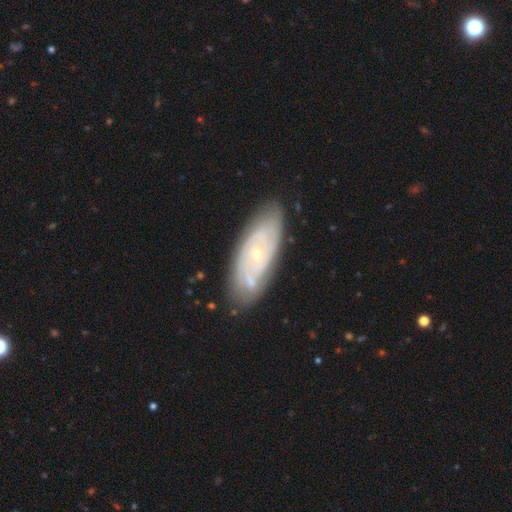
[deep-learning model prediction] Morphology: type=featured or disk (75%); edge-on=no (88%); bar=no (77%); spiral arms=yes (80%); winding=tight (71%); arm count=can't tell (52%); bulge=small (72%); merging=none (80%).